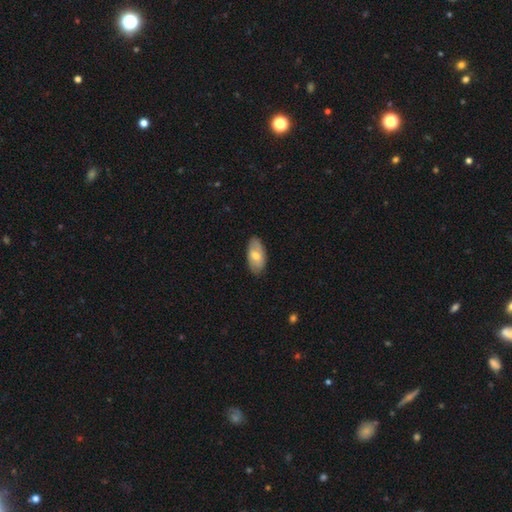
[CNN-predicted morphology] smooth-or-featured: smooth: 67% | featured or disk: 27% | star or artifact: 6%
  how-rounded: in between: 93% | cigar-shaped: 4% | round: 3%
  merging: none: 84% | minor disturbance: 13% | major disturbance: 2% | merger: 1%